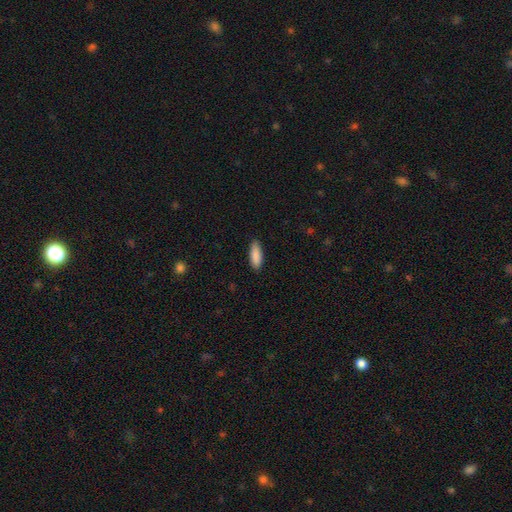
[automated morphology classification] Smooth or featured? Predicted: smooth (p=0.89). How rounded? Predicted: in between (p=0.66). Merging? Predicted: none (p=0.86).